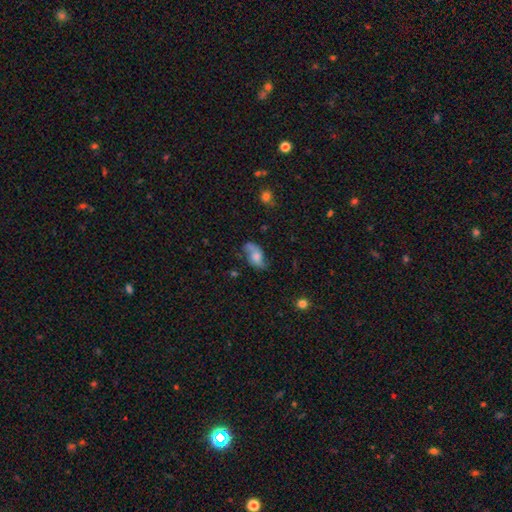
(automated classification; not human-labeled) This is possibly a featured or disk galaxy (48%). Merging: possibly none (56%).